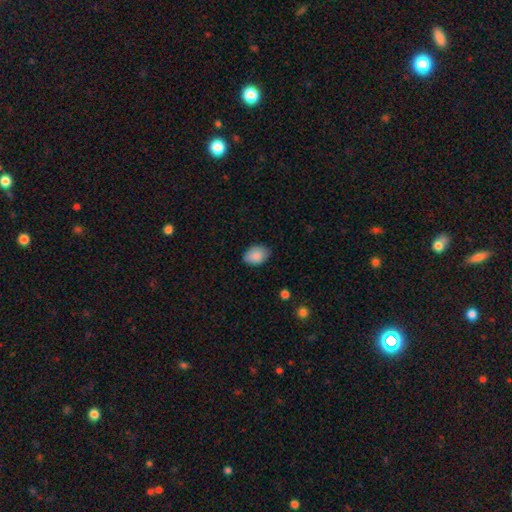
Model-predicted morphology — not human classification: A smooth galaxy with no disk features (87%) that is in between round and cigar-shaped (81%).

Vote fractions:
- Smooth or featured? smooth: 87% / star or artifact: 7% / featured or disk: 6%
- How rounded? in between: 81% / round: 18% / cigar-shaped: 1%
- Merging? none: 78% / minor disturbance: 18% / major disturbance: 3% / merger: 1%